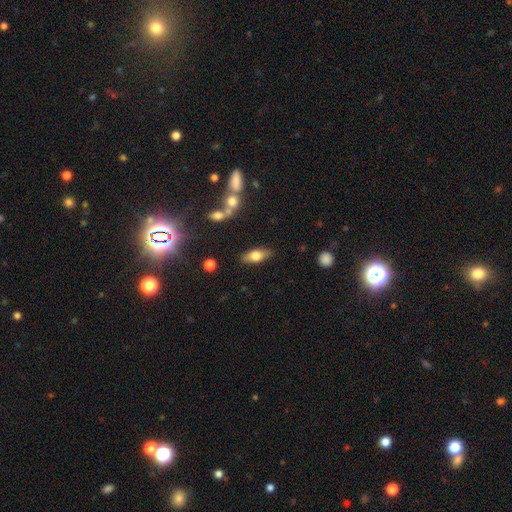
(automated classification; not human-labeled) Smooth or featured: smooth — 64% (featured or disk — 29%)
How rounded: in between — 75% (cigar-shaped — 21%)
Merging: none — 82% (minor disturbance — 11%)